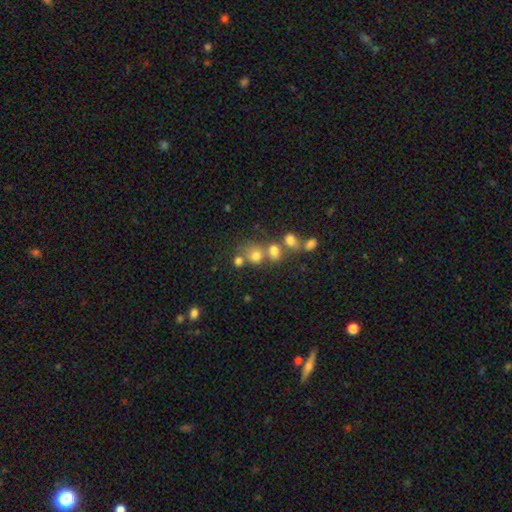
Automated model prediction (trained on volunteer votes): smooth-or-featured: smooth: 70% | star or artifact: 16% | featured or disk: 13%
  how-rounded: round: 68% | in between: 31% | cigar-shaped: 1%
  merging: none: 43% | merger: 38% | minor disturbance: 11% | major disturbance: 7%